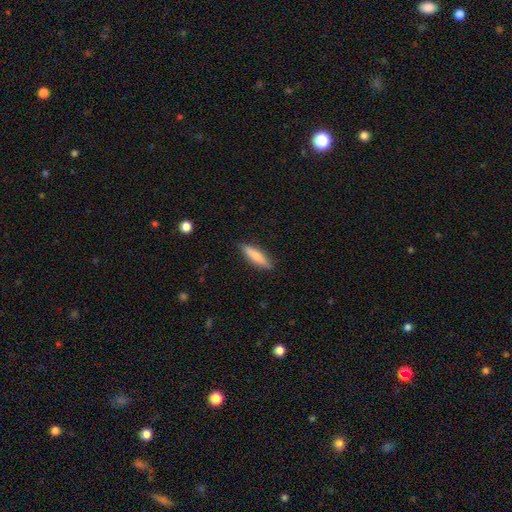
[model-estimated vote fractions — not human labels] Morphology: type=smooth (79%); roundness=cigar-shaped (74%); merging=none (86%).